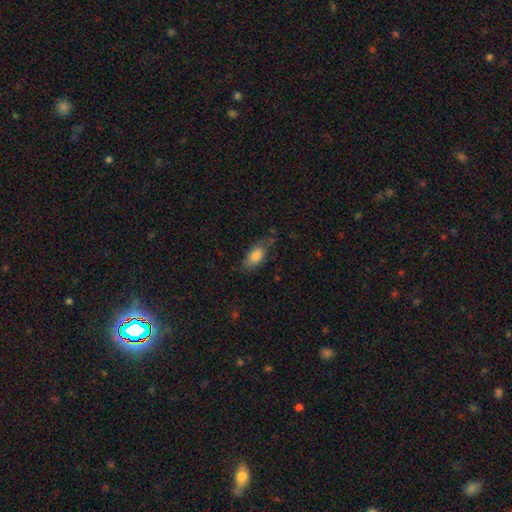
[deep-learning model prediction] Overall: smooth (82%). How rounded: in between (89%). Merging: none (65%).